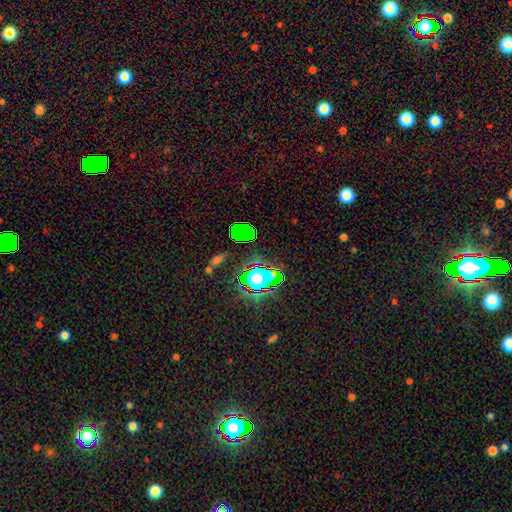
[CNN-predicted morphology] The model was most divided on "smooth or featured": star or artifact: 80%, smooth: 12%, featured or disk: 8%.